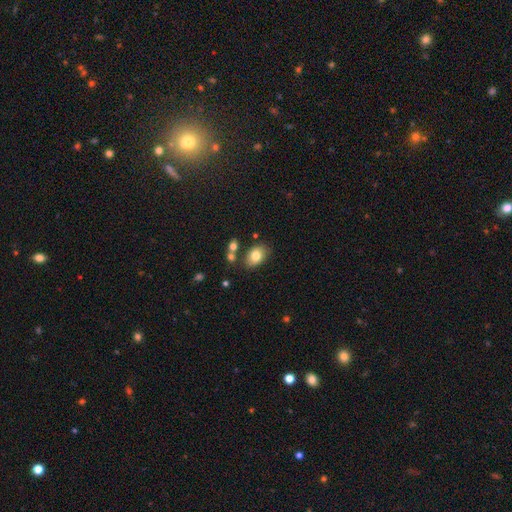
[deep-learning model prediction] Q: Smooth or featured?
A: smooth (79%); runner-up: featured or disk (12%)
Q: How rounded?
A: in between (83%); runner-up: round (16%)
Q: Merging?
A: none (73%); runner-up: minor disturbance (13%)